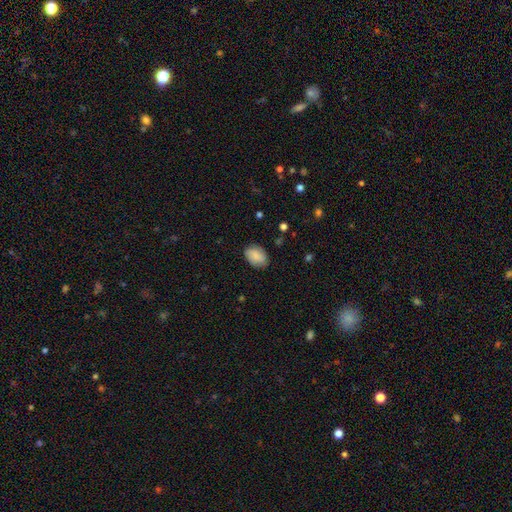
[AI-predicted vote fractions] A smooth galaxy with no disk features (84%) that is in between round and cigar-shaped (85%). Merging: none (81%).